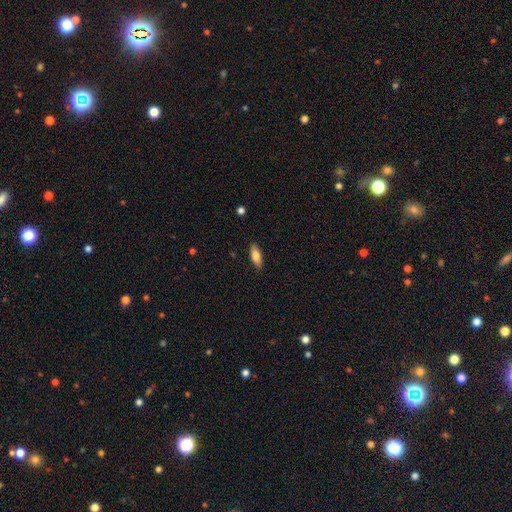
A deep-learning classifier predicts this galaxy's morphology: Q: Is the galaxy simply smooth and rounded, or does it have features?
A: smooth — 78%.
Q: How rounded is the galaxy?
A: in between — 64%.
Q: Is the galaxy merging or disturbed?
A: none — 88%.